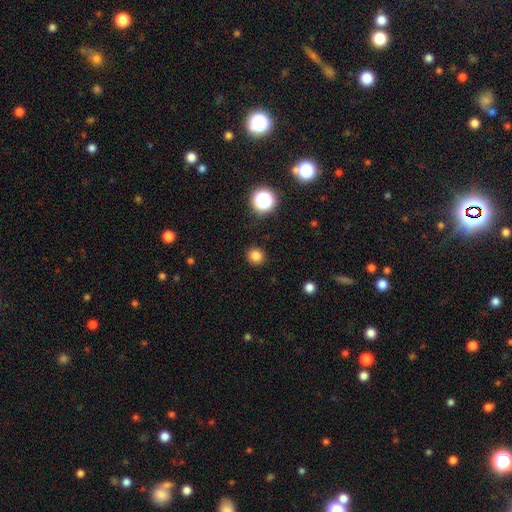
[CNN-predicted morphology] smooth-or-featured: smooth: 81% | star or artifact: 14% | featured or disk: 4%
  how-rounded: round: 90% | in between: 10% | cigar-shaped: 1%
  merging: none: 91% | minor disturbance: 6% | major disturbance: 2% | merger: 1%